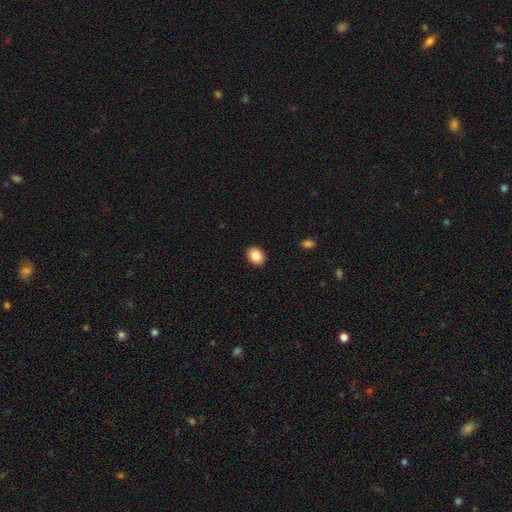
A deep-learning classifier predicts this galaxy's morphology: Overall: smooth (85%). How rounded: in between (56%; round 43%). Merging: none (91%).